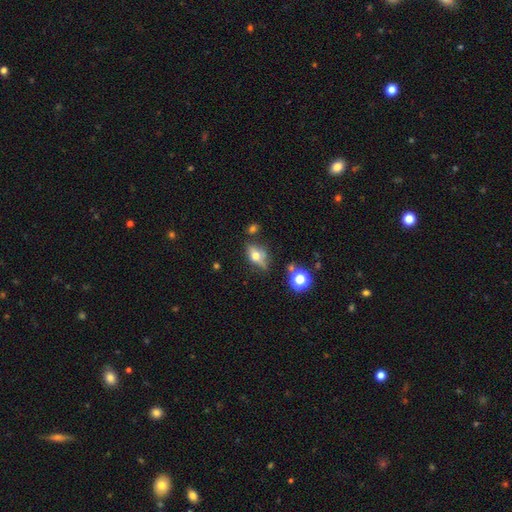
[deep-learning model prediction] Overall: smooth (46%; featured or disk 40%). Merging: none (57%; minor disturbance 23%).